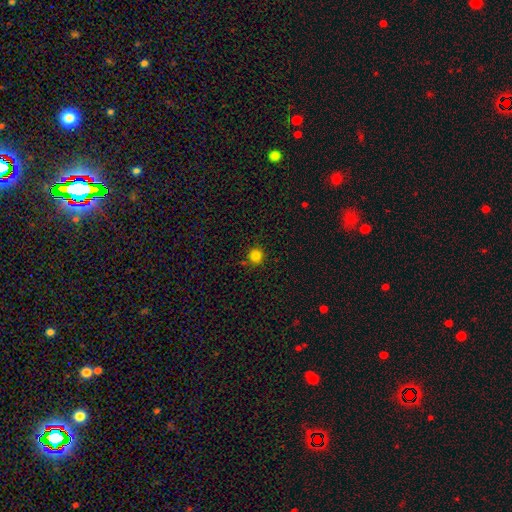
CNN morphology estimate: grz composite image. It shows a smooth galaxy with no disk features (82%) that is round (94%). Merging: none (86%).